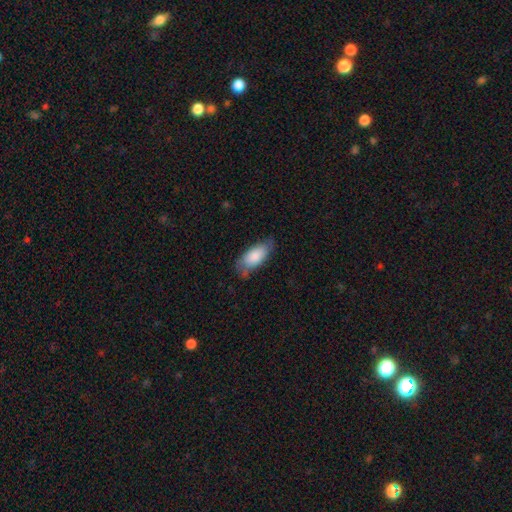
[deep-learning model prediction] smooth-or-featured: smooth: 77% | featured or disk: 16% | star or artifact: 6%
  how-rounded: in between: 88% | cigar-shaped: 9% | round: 2%
  merging: none: 63% | minor disturbance: 28% | major disturbance: 8% | merger: 2%